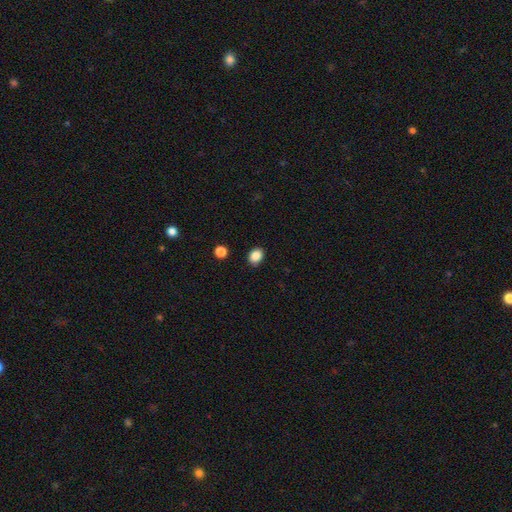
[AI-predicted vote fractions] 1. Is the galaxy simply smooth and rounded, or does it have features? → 87% smooth, 10% star or artifact, 4% featured or disk.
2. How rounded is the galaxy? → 60% in between, 39% round, 1% cigar-shaped.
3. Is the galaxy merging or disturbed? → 87% none, 9% minor disturbance, 2% major disturbance, 2% merger.